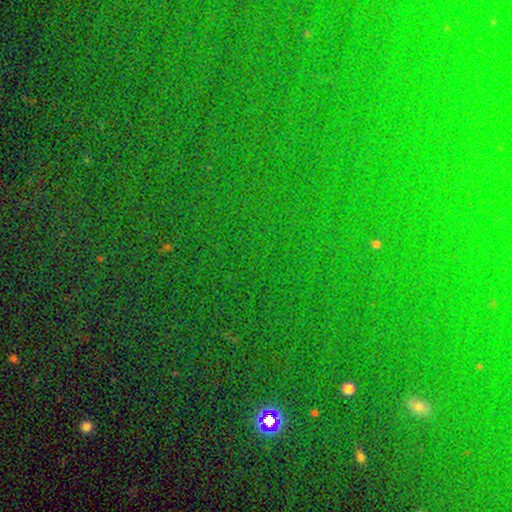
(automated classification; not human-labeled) smooth_or_featured: star or artifact (p=0.80) [alt: smooth p=0.12]